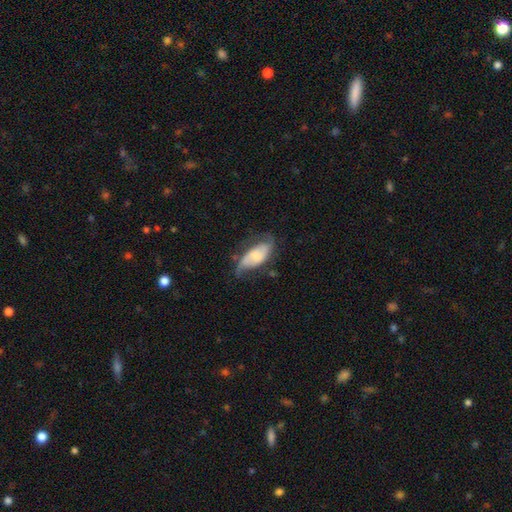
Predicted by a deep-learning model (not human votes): Morphology: type=featured or disk (63%); edge-on=no (91%); bar=no (54%); spiral arms=yes (87%); winding=loose (43%); arm count=2 (78%); bulge=moderate (43%); merging=none (51%).